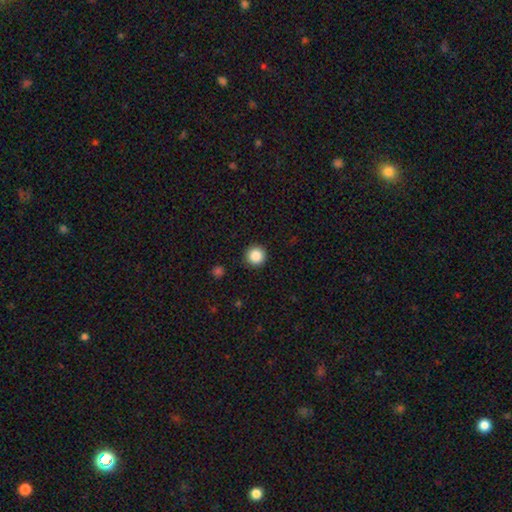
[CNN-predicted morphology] Q: Smooth or featured?
A: smooth (86%); runner-up: star or artifact (10%)
Q: How rounded?
A: round (96%); runner-up: in between (3%)
Q: Merging?
A: none (93%); runner-up: minor disturbance (5%)